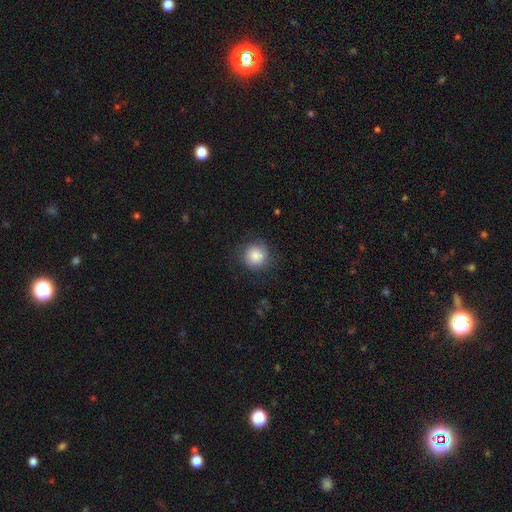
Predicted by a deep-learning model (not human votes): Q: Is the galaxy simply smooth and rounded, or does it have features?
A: smooth — 82%.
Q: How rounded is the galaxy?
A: round — 93%.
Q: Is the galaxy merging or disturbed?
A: none — 81%.